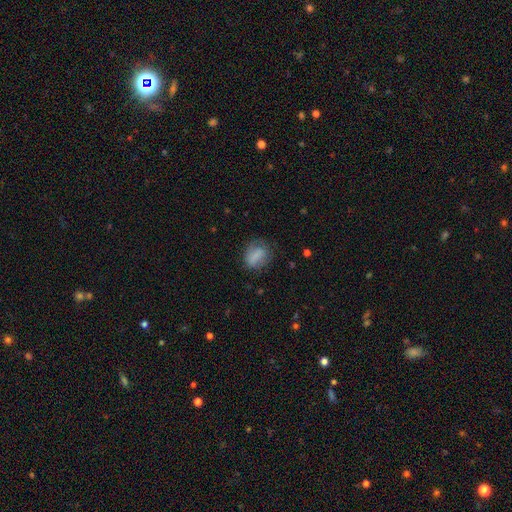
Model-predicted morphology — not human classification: A smooth galaxy with no disk features (77%) that is in between round and cigar-shaped (62%).

Vote fractions:
- Smooth or featured? smooth: 77% / featured or disk: 14% / star or artifact: 8%
- How rounded? in between: 62% / round: 35% / cigar-shaped: 3%
- Merging? none: 64% / minor disturbance: 24% / major disturbance: 11% / merger: 2%